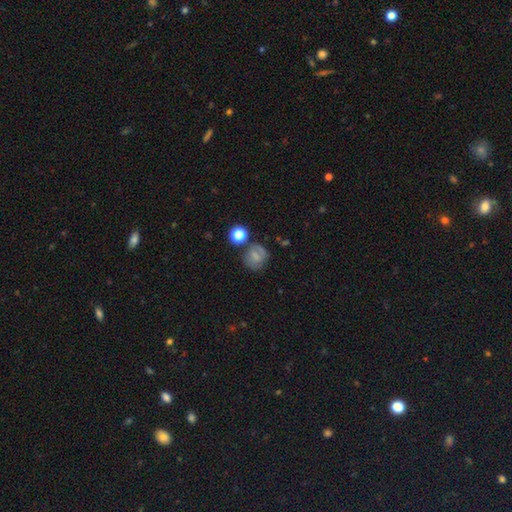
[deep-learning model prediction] A smooth galaxy with no disk features (63%) that is round (76%).

Vote fractions:
- Smooth or featured? smooth: 63% / featured or disk: 24% / star or artifact: 14%
- How rounded? round: 76% / in between: 23% / cigar-shaped: 1%
- Merging? none: 62% / minor disturbance: 19% / merger: 10% / major disturbance: 9%